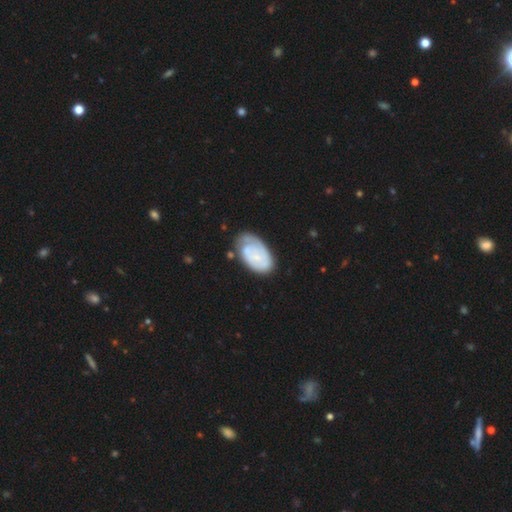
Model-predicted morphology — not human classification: A featured or disk galaxy (64%) with no bar (68%), tight (67%) spiral arms (82%) and a small central bulge (65%).

Vote fractions:
- Smooth or featured? featured or disk: 64% / smooth: 30% / star or artifact: 5%
- Edge-on disk? no: 97% / yes: 3%
- Bar? no: 68% / weak: 27% / strong: 5%
- Spiral arms? yes: 82% / no: 18%
- Spiral winding? tight: 67% / medium: 24% / loose: 9%
- Spiral arm count? can't tell: 37% / 2: 33% / 1: 19% / 3: 7% / 4: 2% / more than 4: 2%
- Bulge size? small: 65% / moderate: 18% / none: 14% / large: 2% / dominant: 1%
- Merging? none: 56% / minor disturbance: 29% / major disturbance: 11% / merger: 4%